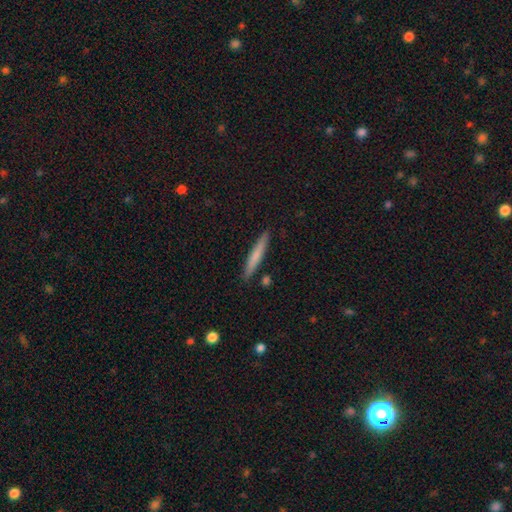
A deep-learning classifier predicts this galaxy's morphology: Smooth or featured? Predicted: smooth (p=0.69). How rounded? Predicted: cigar-shaped (p=0.95). Merging? Predicted: none (p=0.89).